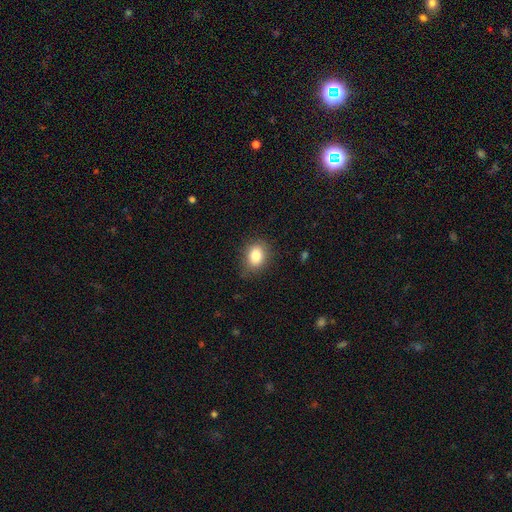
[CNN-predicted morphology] smooth 84%, star or artifact 9%, featured or disk 7%. Down the decision tree: how rounded — in between (54%); merging — none (79%).